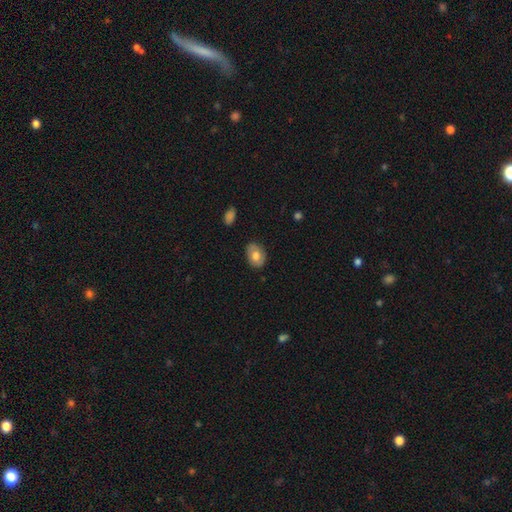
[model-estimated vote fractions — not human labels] smooth_or_featured: smooth (p=0.65) [alt: featured or disk p=0.29]
how_rounded: in between (p=0.78) [alt: round p=0.21]
merging: none (p=0.82) [alt: minor disturbance p=0.13]